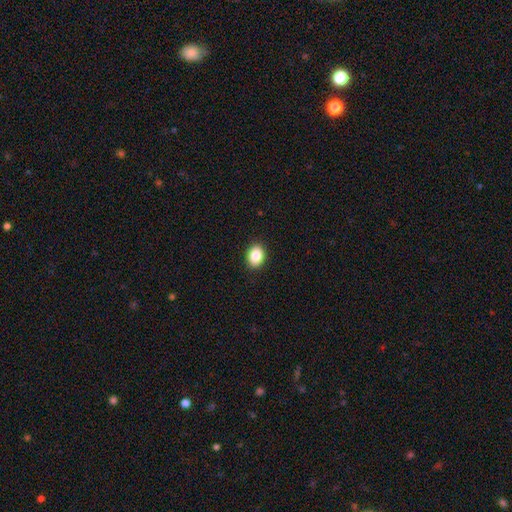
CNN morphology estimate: A smooth galaxy with no disk features (85%) that is in between round and cigar-shaped (67%).

Vote fractions:
- Smooth or featured? smooth: 85% / star or artifact: 9% / featured or disk: 6%
- How rounded? in between: 67% / round: 32% / cigar-shaped: 1%
- Merging? none: 91% / minor disturbance: 7% / major disturbance: 2% / merger: 1%